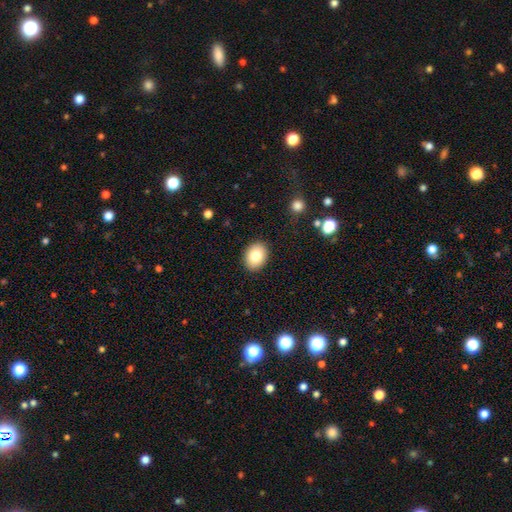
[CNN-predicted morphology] Overall: smooth (80%). How rounded: in between (58%; round 41%). Merging: none (90%).